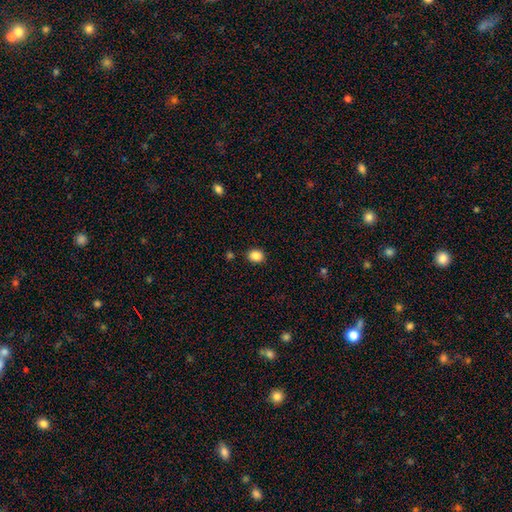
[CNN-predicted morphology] Smooth or featured: smooth — 87% (star or artifact — 9%)
How rounded: round — 53% (in between — 47%)
Merging: none — 87% (minor disturbance — 8%)